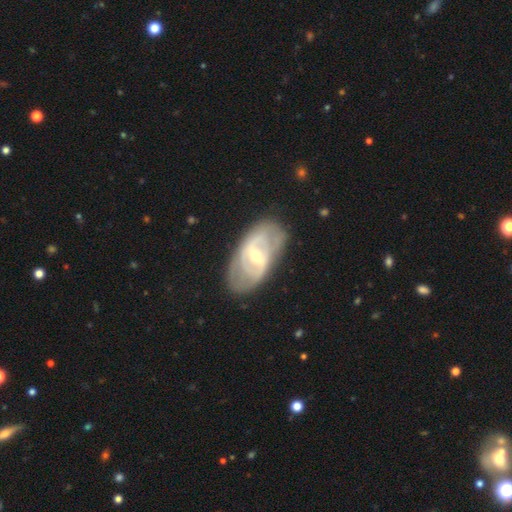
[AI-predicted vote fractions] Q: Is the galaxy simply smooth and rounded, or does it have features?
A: featured or disk — 78%.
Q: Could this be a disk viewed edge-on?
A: no — 94%.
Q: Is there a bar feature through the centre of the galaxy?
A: weak — 46%.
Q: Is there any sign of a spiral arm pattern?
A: yes — 75%.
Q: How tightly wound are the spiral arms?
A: tight — 49%.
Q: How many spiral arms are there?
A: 2 — 57%.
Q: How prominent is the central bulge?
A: moderate — 53%.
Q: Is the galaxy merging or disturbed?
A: none — 76%.